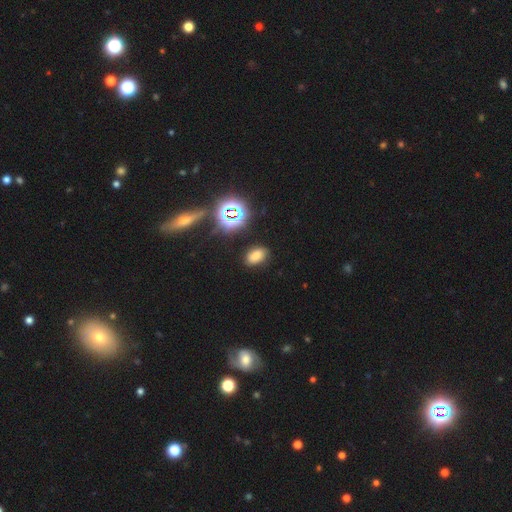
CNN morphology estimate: Smooth or featured?
  - smooth: 66% *
  - star or artifact: 25%
  - featured or disk: 9%
How rounded?
  - in between: 85% *
  - round: 13%
  - cigar-shaped: 2%
Merging?
  - none: 86% *
  - minor disturbance: 9%
  - major disturbance: 3%
  - merger: 2%